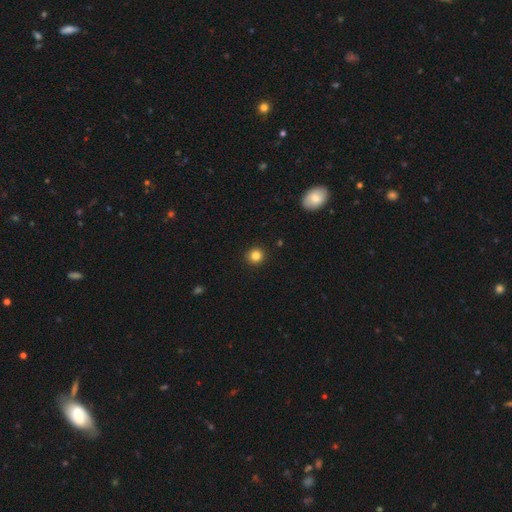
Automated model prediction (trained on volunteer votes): This appears to be a smooth galaxy with no disk features (84%) that is round (93%). Merging: none (92%).